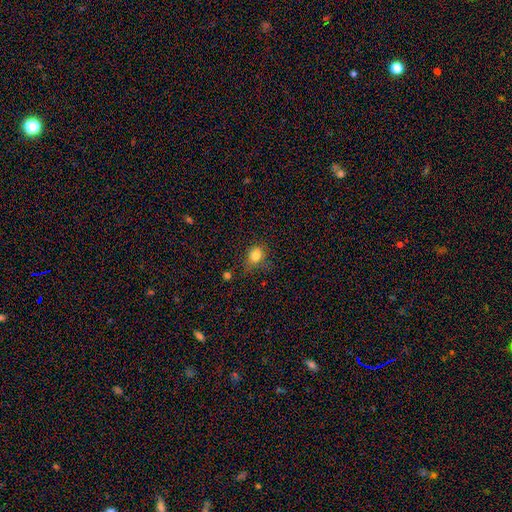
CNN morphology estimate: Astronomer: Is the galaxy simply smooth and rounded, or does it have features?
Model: smooth — 80%.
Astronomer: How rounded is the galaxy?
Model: round — 56% (runner-up: in between, 43%).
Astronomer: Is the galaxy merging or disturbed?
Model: none — 62%.